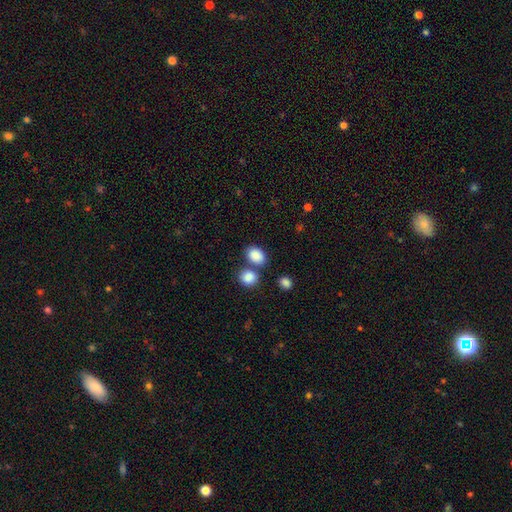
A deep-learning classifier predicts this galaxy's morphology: smooth-or-featured: smooth: 87% | star or artifact: 8% | featured or disk: 5%
  how-rounded: in between: 72% | round: 27% | cigar-shaped: 1%
  merging: none: 59% | merger: 26% | minor disturbance: 11% | major disturbance: 4%